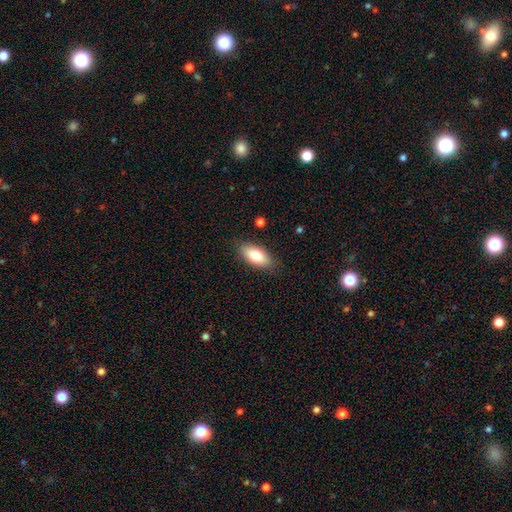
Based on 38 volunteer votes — Overall: smooth (76%). How rounded: in between (86%). Merging: none (86%).